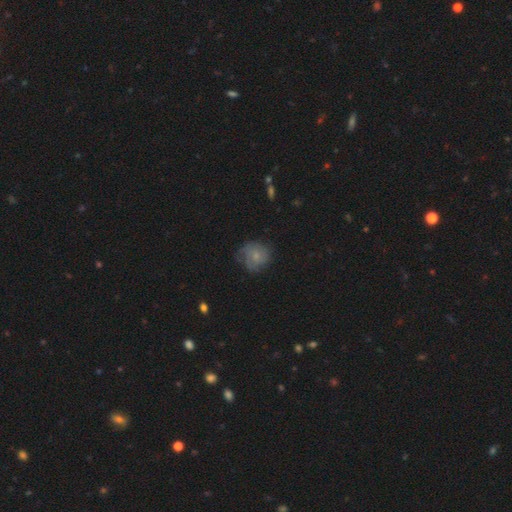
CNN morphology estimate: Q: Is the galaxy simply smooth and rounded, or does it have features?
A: smooth — 61%.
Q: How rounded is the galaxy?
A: round — 85%.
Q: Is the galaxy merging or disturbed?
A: none — 60%.